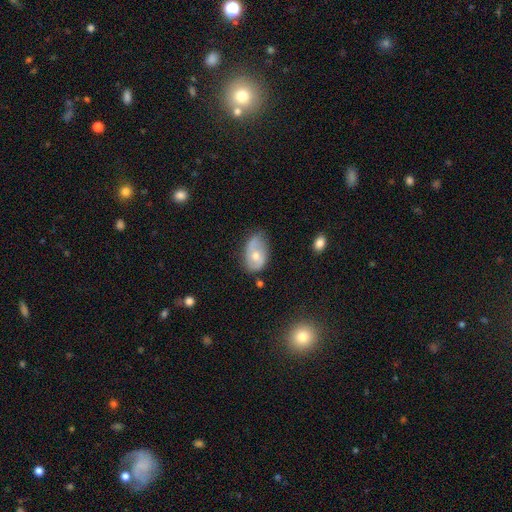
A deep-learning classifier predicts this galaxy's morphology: Overall: featured or disk (51%; smooth 40%). Edge-on disk: no (93%). Merging: none (58%; minor disturbance 32%).